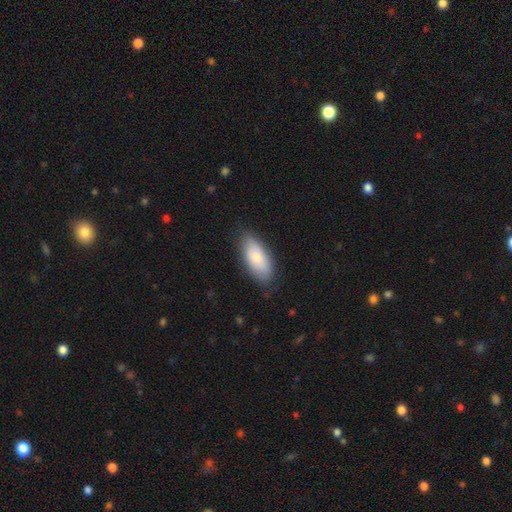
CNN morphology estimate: type=smooth (75%); roundness=in between (89%); merging=none (80%).